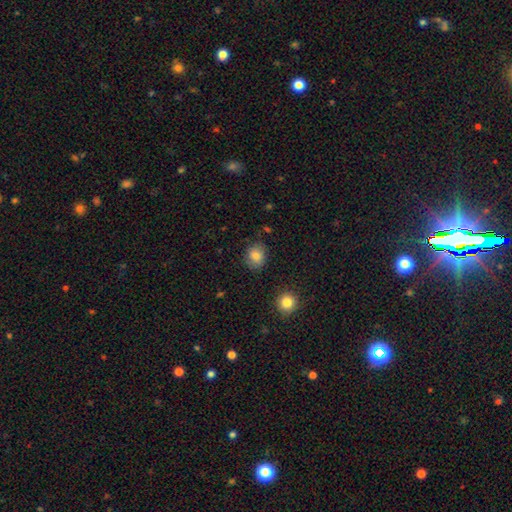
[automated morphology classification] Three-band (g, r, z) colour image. It shows a smooth galaxy with no disk features (83%) that is round (65%). Merging: none (83%).